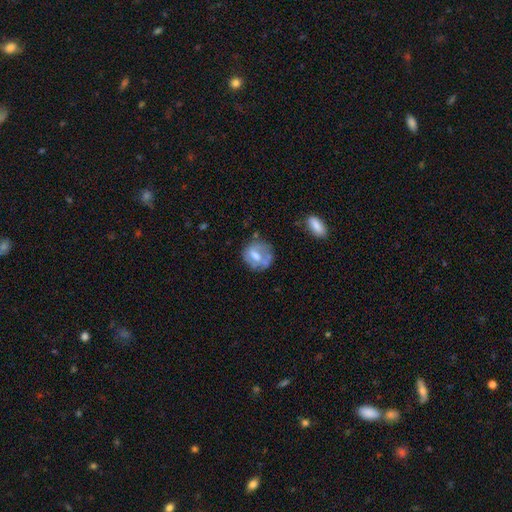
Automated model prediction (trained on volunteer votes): This is possibly a smooth galaxy (46%). Merging: possibly none (55%).